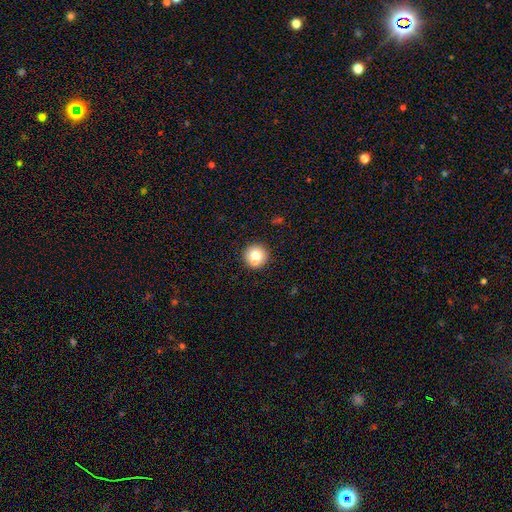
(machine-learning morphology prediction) This appears to be a smooth galaxy with no disk features (71%) that is round (94%). Merging: none (72%).